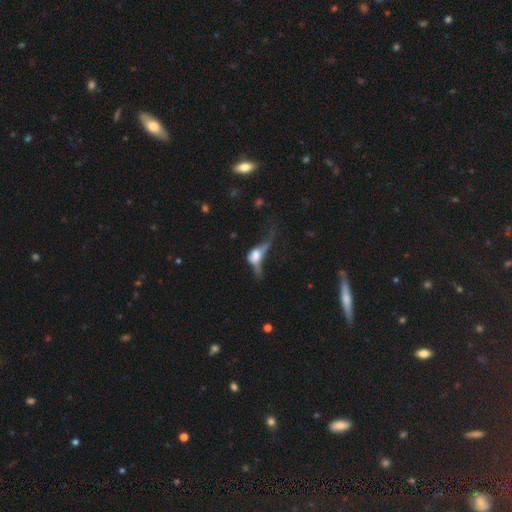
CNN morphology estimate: The model was most divided on "smooth or featured": featured or disk: 47%, smooth: 41%, star or artifact: 13%. More confident: merging — major disturbance (53%).